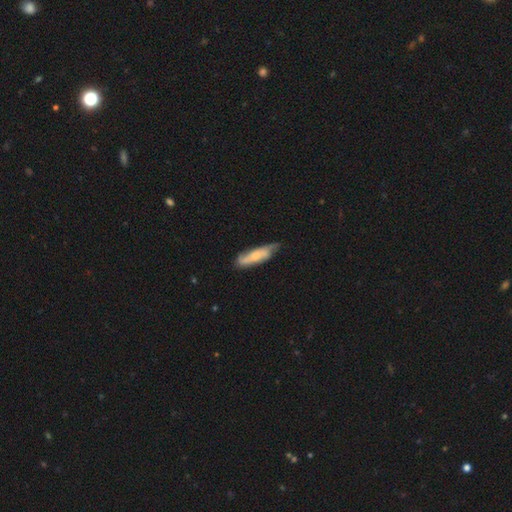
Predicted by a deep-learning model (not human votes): Morphology: type=featured or disk (47%); merging=none (60%).